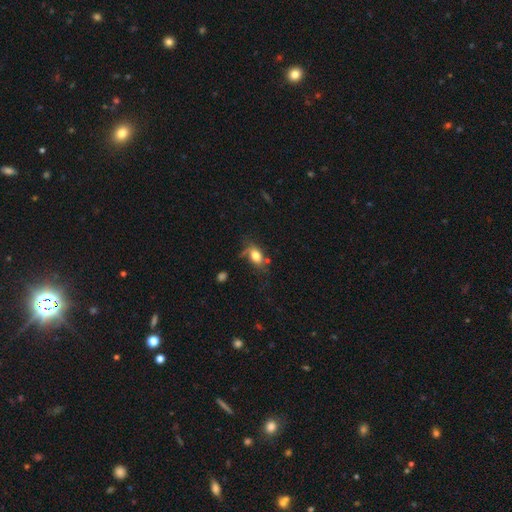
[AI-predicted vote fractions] Smooth or featured? smooth (74%)
How rounded? in between (81%)
Merging? none (48%)